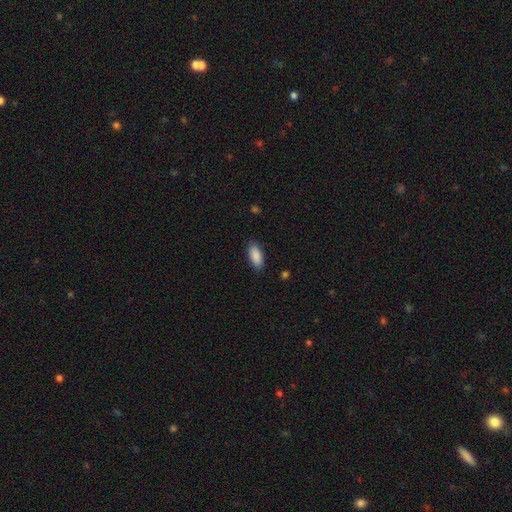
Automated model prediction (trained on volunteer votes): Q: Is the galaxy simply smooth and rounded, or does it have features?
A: smooth — 90%.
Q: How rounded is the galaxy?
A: in between — 87%.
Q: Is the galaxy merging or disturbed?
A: none — 87%.